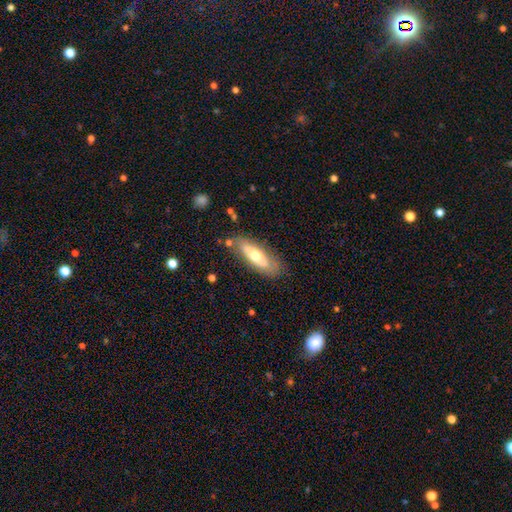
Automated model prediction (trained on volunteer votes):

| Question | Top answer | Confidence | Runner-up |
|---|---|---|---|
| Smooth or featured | smooth | 54% | featured or disk (41%) |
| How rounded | in between | 63% | cigar-shaped (34%) |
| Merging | none | 78% | minor disturbance (15%) |